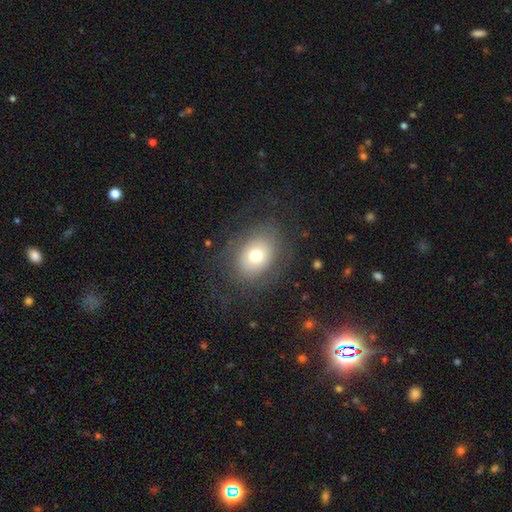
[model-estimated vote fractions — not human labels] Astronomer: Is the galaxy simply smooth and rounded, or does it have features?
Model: smooth — 63%.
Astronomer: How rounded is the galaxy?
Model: in between — 57% (runner-up: round, 42%).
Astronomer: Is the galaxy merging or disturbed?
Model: none — 72%.